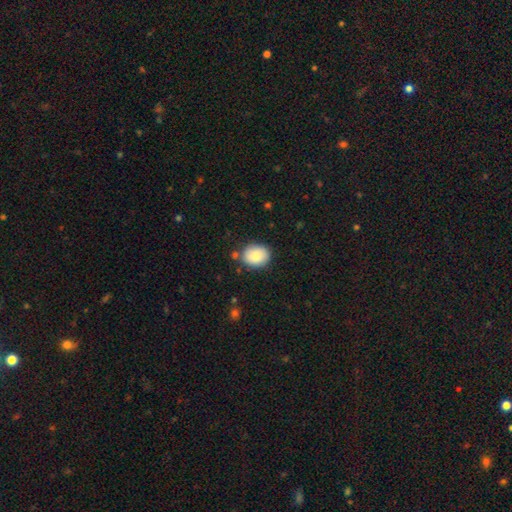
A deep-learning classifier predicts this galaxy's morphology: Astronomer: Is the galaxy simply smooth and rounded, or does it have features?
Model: smooth — 84%.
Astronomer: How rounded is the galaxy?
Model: in between — 54% (runner-up: round, 45%).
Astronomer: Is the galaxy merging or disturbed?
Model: none — 81%.